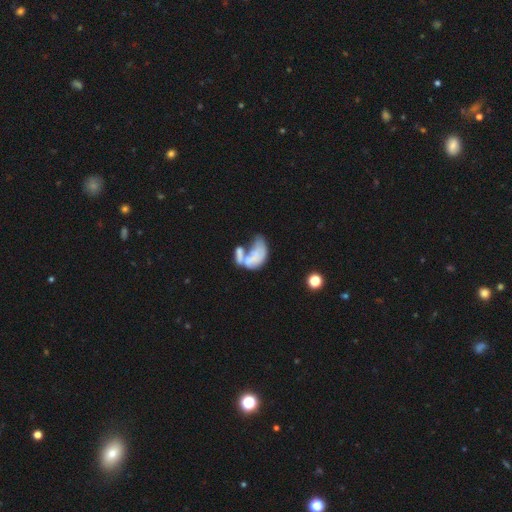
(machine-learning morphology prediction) Smooth or featured: smooth — 48% (featured or disk — 42%)
Merging: merger — 47% (major disturbance — 30%)